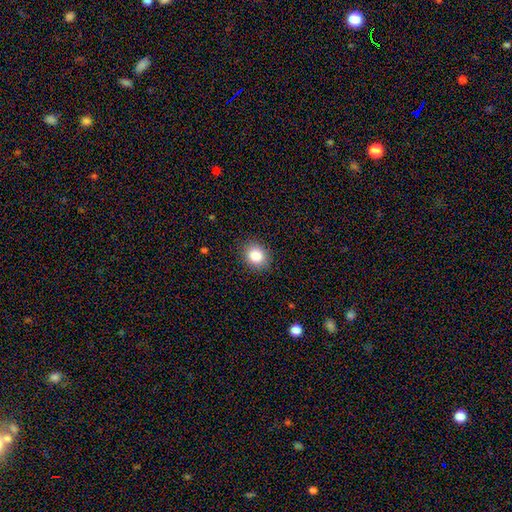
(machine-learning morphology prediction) Smooth or featured? Predicted: smooth (p=0.85). How rounded? Predicted: round (p=0.62). Merging? Predicted: none (p=0.88).